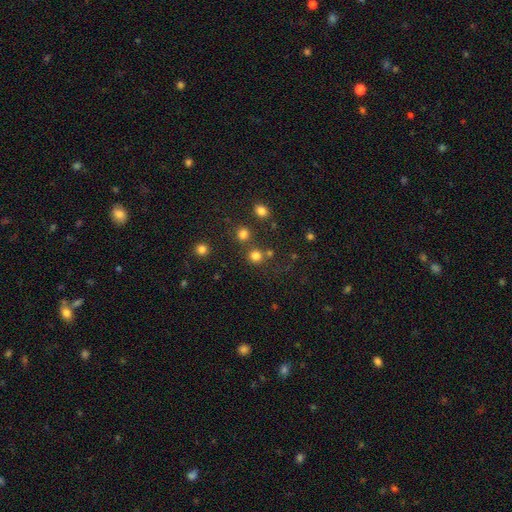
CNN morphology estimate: The model was most divided on "smooth or featured": smooth: 78%, star or artifact: 18%, featured or disk: 5%. More confident: how rounded — round (90%); merging — none (75%).